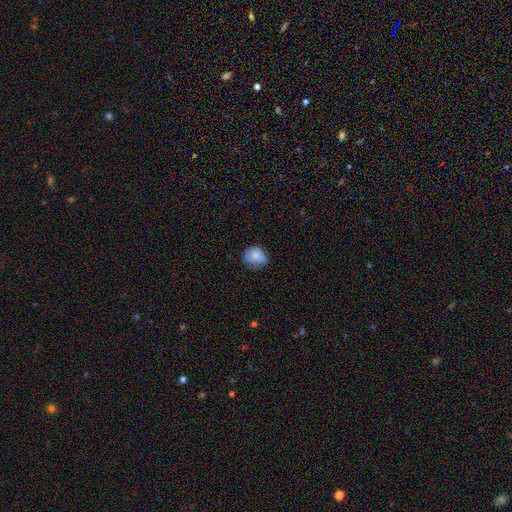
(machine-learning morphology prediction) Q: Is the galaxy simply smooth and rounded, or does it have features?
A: smooth — 80%.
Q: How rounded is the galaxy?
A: round — 73%.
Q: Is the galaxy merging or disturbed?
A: none — 60%.